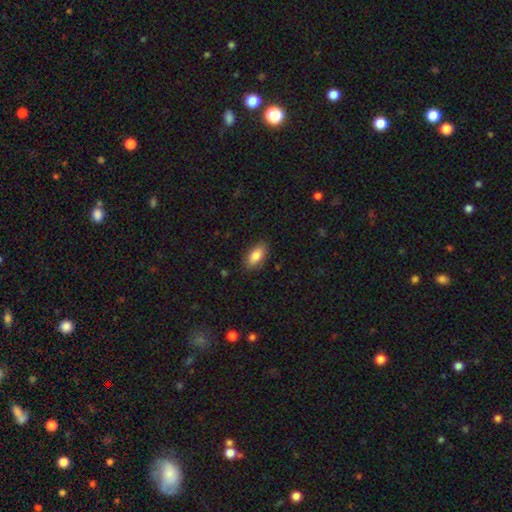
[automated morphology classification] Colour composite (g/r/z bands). It shows a smooth galaxy with no disk features (82%) that is in between round and cigar-shaped (89%). Merging: none (86%).